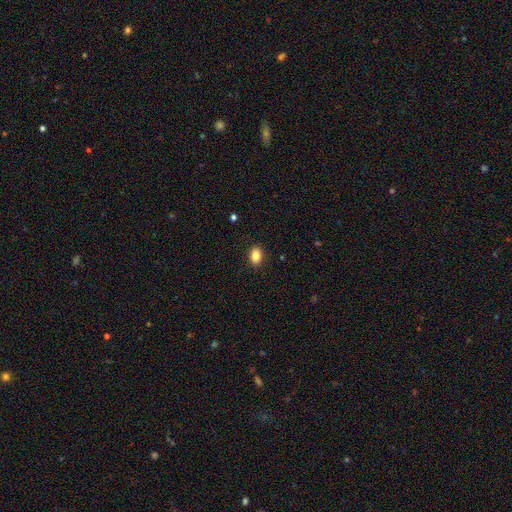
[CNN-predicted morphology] This is clearly a smooth galaxy (86%). How rounded: clearly in between (81%). Merging: clearly none (89%).